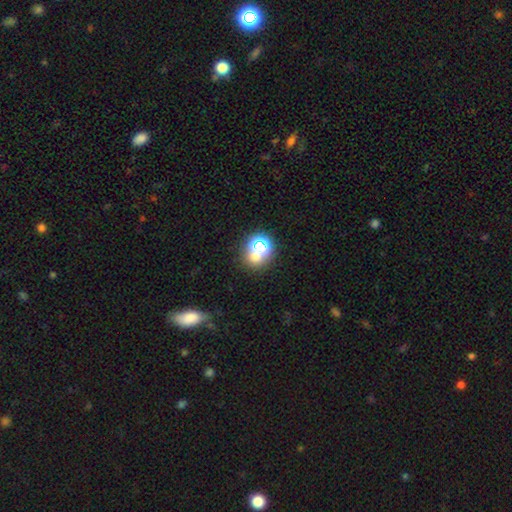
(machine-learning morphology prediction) This appears to be a smooth galaxy with no disk features (46%). Merging: none (61%).